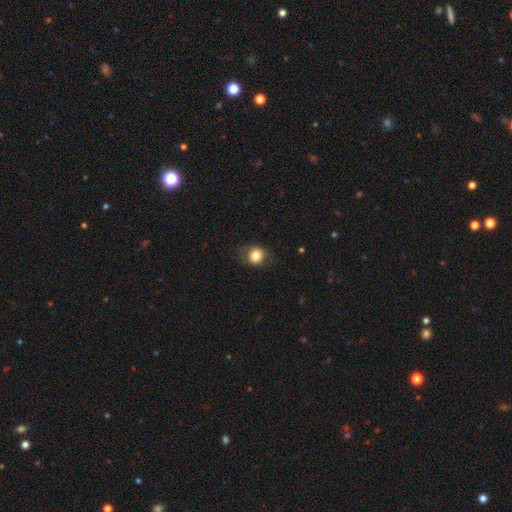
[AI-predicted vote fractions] A smooth galaxy with no disk features (80%) that is round (70%).

Vote fractions:
- Smooth or featured? smooth: 80% / featured or disk: 10% / star or artifact: 9%
- How rounded? round: 70% / in between: 29% / cigar-shaped: 1%
- Merging? none: 73% / minor disturbance: 18% / major disturbance: 8% / merger: 1%